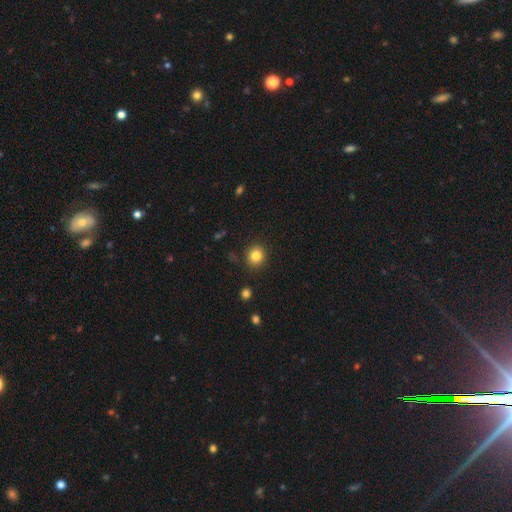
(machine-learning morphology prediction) The model was most divided on "smooth or featured": smooth: 83%, star or artifact: 11%, featured or disk: 6%. More confident: how rounded — round (89%); merging — none (89%).